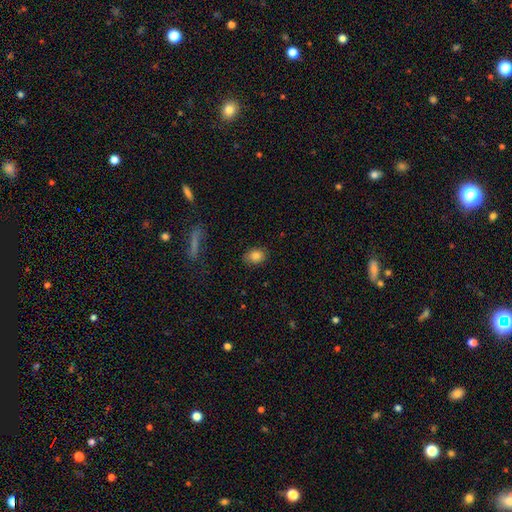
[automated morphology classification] A smooth galaxy with no disk features (82%) that is in between round and cigar-shaped (67%).

Vote fractions:
- Smooth or featured? smooth: 82% / star or artifact: 9% / featured or disk: 9%
- How rounded? in between: 67% / round: 31% / cigar-shaped: 1%
- Merging? none: 82% / minor disturbance: 13% / major disturbance: 3% / merger: 1%